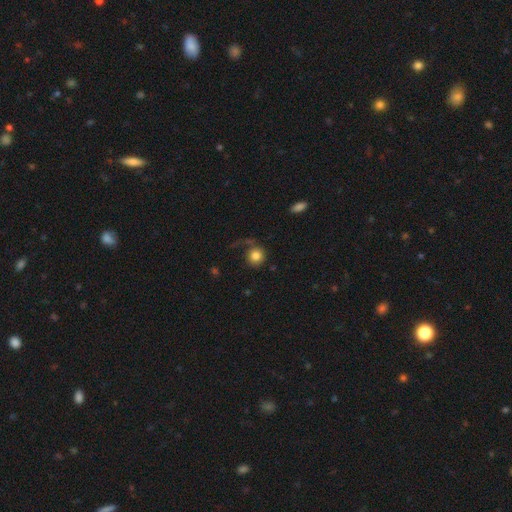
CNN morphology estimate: type=smooth (81%); roundness=round (91%); merging=none (62%).